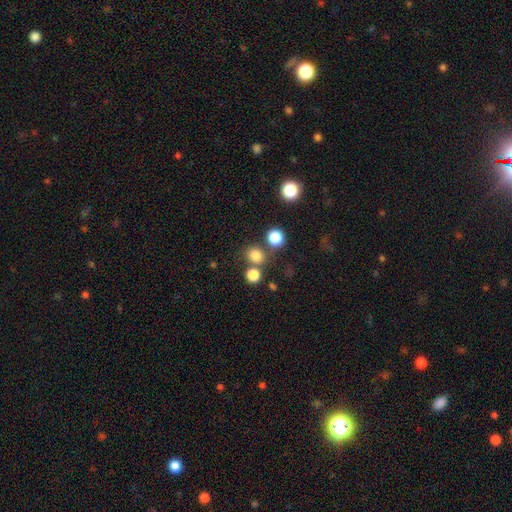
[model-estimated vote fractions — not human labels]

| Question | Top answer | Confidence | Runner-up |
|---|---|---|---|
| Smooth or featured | smooth | 79% | star or artifact (16%) |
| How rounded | round | 81% | in between (18%) |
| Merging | none | 71% | merger (17%) |